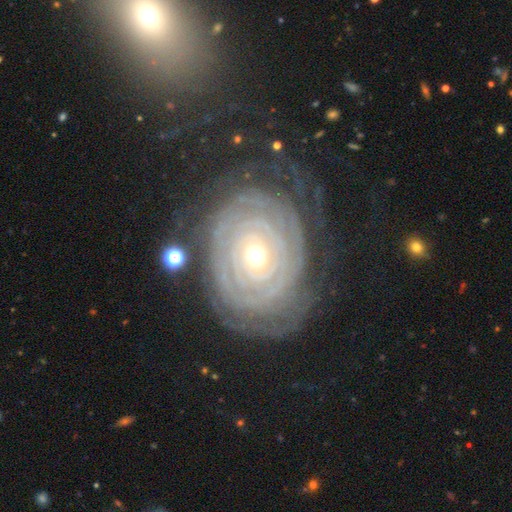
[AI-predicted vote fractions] Smooth or featured: featured or disk — 87% (smooth — 7%)
Edge-on disk: no — 96% (yes — 4%)
Bar: no — 78% (weak — 14%)
Spiral arms: yes — 92% (no — 8%)
Spiral winding: tight — 90% (medium — 7%)
Spiral arm count: can't tell — 39% (2 — 16%)
Bulge size: small — 50% (moderate — 46%)
Merging: none — 74% (minor disturbance — 14%)